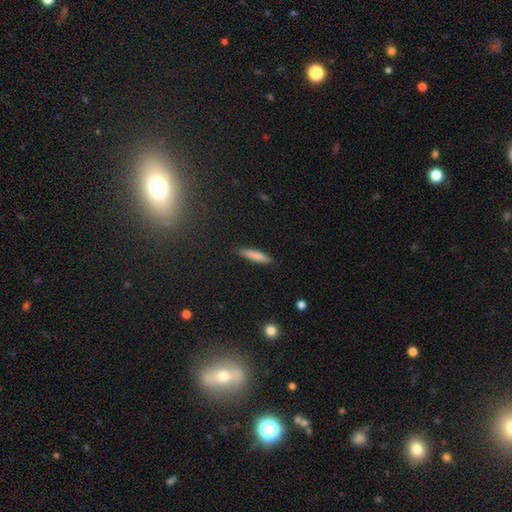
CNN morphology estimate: smooth-or-featured: smooth: 83% | featured or disk: 11% | star or artifact: 6%
  how-rounded: cigar-shaped: 85% | in between: 13% | round: 1%
  merging: none: 89% | minor disturbance: 8% | major disturbance: 2% | merger: 1%